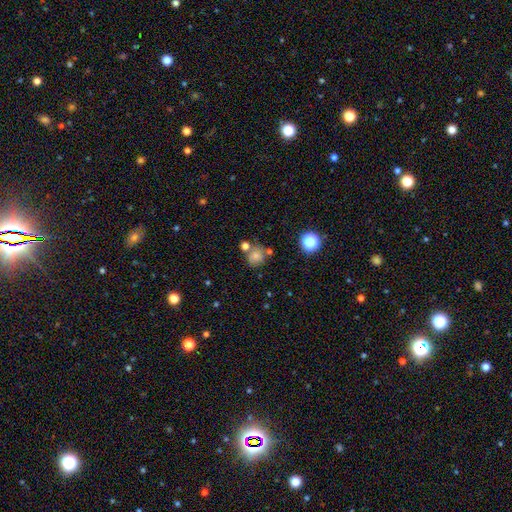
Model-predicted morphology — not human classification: smooth-or-featured: smooth: 75% | star or artifact: 15% | featured or disk: 10%
  how-rounded: round: 84% | in between: 15% | cigar-shaped: 1%
  merging: none: 63% | merger: 19% | minor disturbance: 13% | major disturbance: 5%